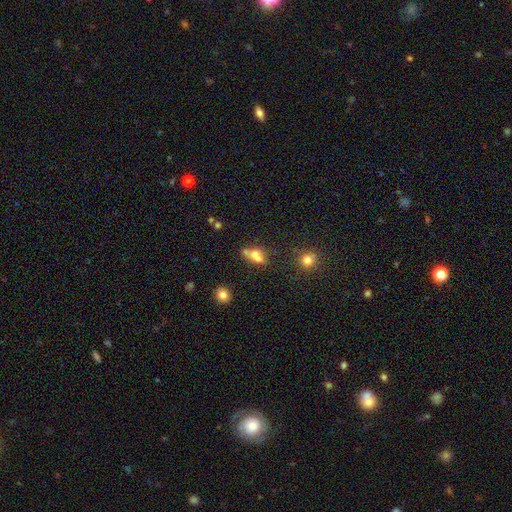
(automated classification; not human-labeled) A smooth galaxy with no disk features (57%) that is in between round and cigar-shaped (63%).

Vote fractions:
- Smooth or featured? smooth: 57% / featured or disk: 27% / star or artifact: 16%
- How rounded? in between: 63% / round: 20% / cigar-shaped: 17%
- Merging? merger: 45% / none: 34% / minor disturbance: 12% / major disturbance: 9%